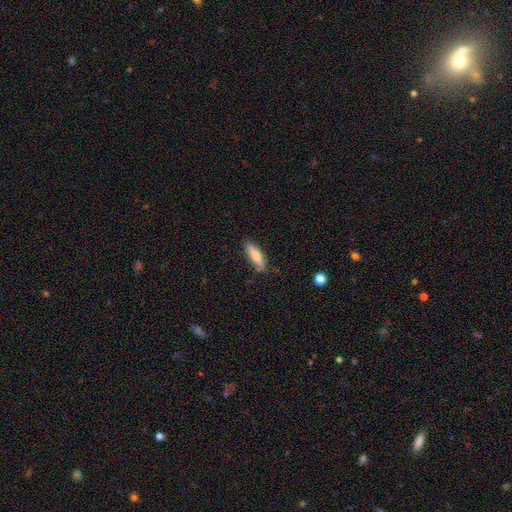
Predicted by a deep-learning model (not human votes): Smooth or featured? smooth (77%)
How rounded? cigar-shaped (56%)
Merging? none (81%)